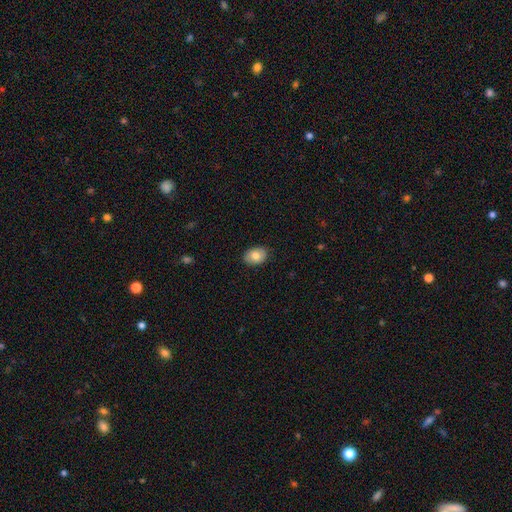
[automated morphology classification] A smooth galaxy with no disk features (79%) that is in between round and cigar-shaped (75%). Merging: none (87%).